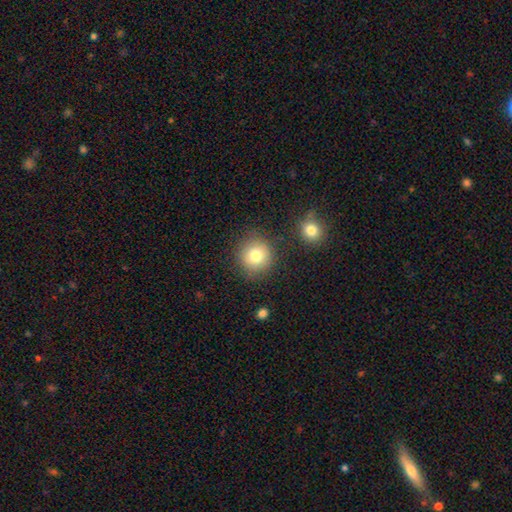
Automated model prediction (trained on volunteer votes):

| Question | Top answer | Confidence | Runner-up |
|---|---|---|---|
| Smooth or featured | smooth | 79% | star or artifact (11%) |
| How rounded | round | 91% | in between (8%) |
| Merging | none | 82% | minor disturbance (10%) |